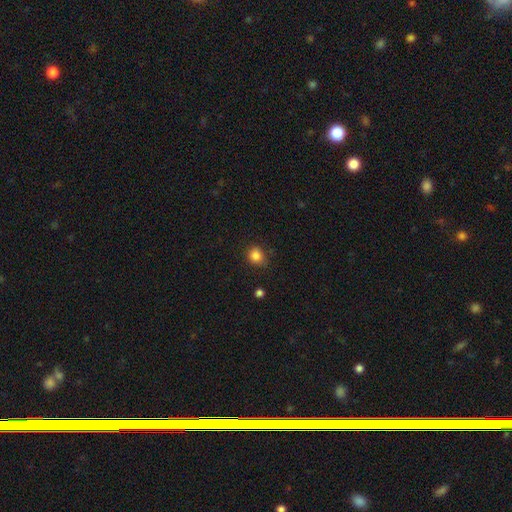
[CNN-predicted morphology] Overall: smooth (85%). How rounded: round (80%). Merging: none (79%).